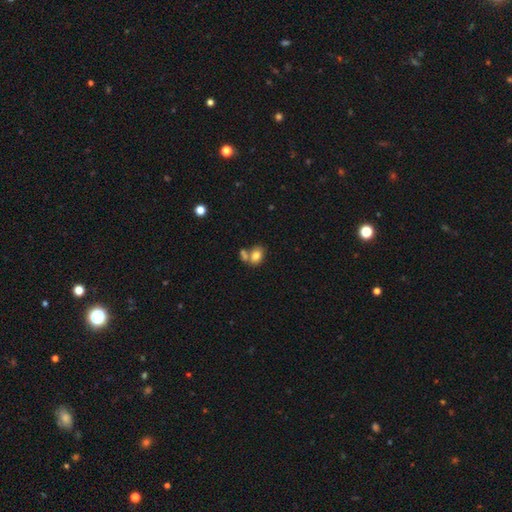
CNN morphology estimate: This is likely a smooth galaxy (80%). How rounded: likely in between (69%). Merging: possibly none (46%).